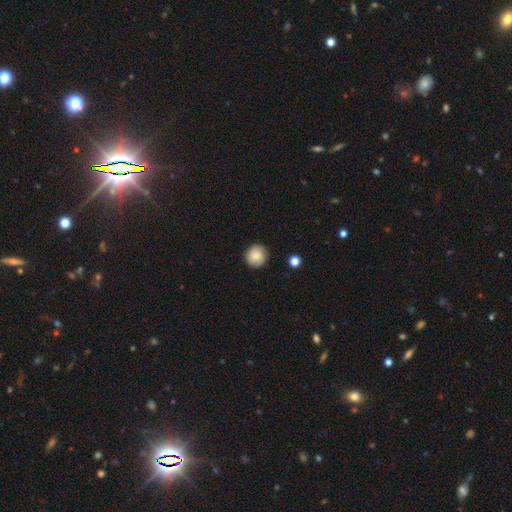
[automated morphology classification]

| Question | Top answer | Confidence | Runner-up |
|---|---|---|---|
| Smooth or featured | smooth | 84% | featured or disk (8%) |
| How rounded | round | 95% | in between (4%) |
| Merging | none | 90% | minor disturbance (7%) |